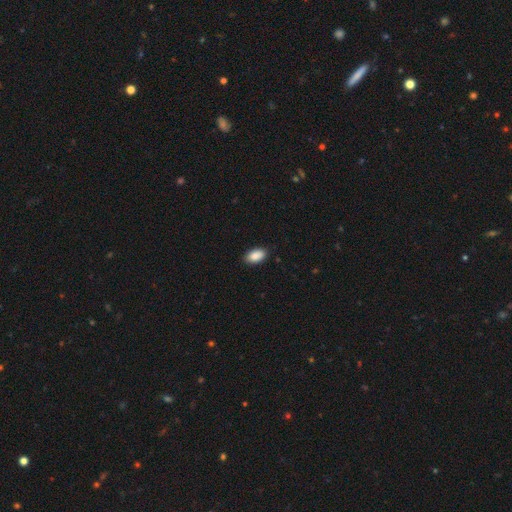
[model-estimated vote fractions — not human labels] This appears to be a smooth galaxy with no disk features (90%) that is in between round and cigar-shaped (94%). Merging: none (87%).